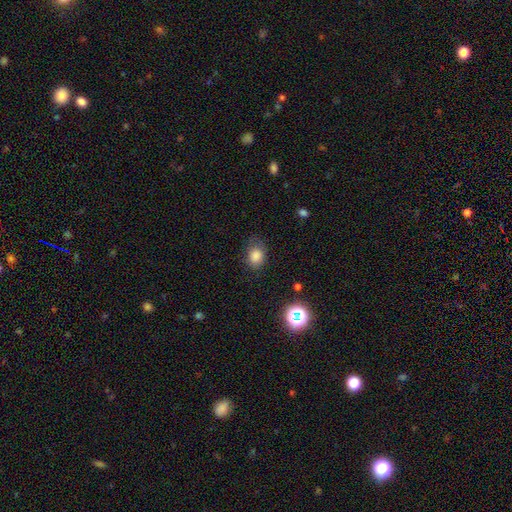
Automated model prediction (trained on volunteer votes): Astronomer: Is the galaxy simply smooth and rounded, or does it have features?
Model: smooth — 82%.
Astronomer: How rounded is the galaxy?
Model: in between — 57% (runner-up: round, 42%).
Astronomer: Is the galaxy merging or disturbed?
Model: none — 69%.